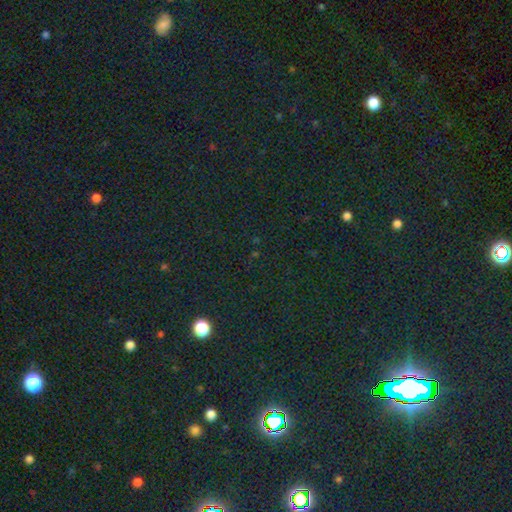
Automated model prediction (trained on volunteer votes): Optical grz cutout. It shows a star or artifact, not a galaxy (78%).